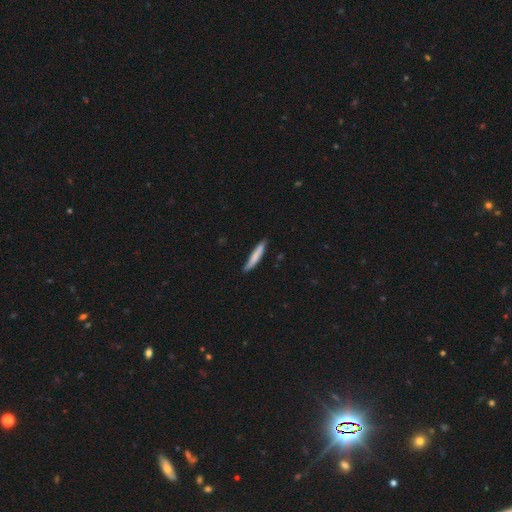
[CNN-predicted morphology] The model was most divided on "smooth or featured": smooth: 78%, featured or disk: 17%, star or artifact: 5%. More confident: how rounded — cigar-shaped (93%); merging — none (81%).